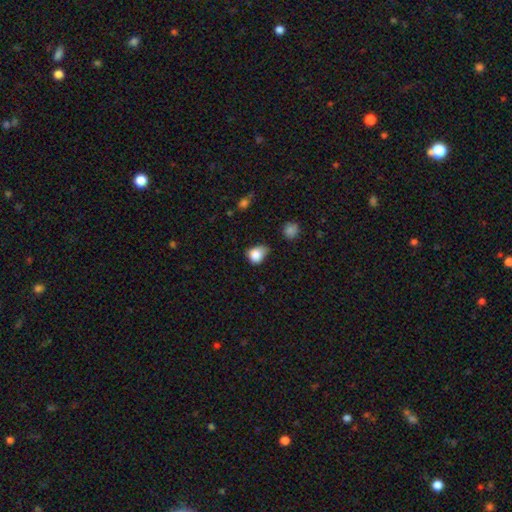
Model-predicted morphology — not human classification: smooth_or_featured: smooth (p=0.84) [alt: star or artifact p=0.10]
how_rounded: round (p=0.55) [alt: in between p=0.44]
merging: minor disturbance (p=0.46) [alt: none p=0.37]